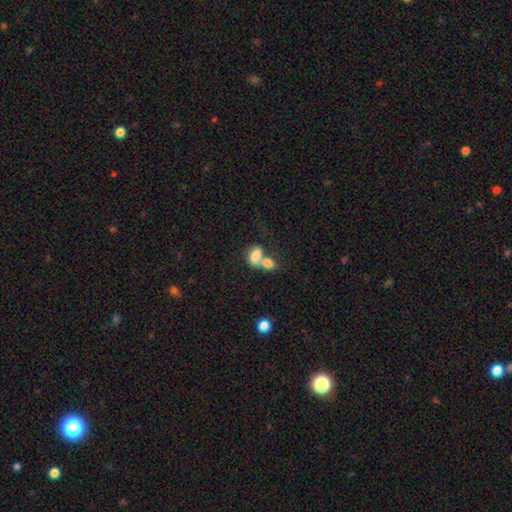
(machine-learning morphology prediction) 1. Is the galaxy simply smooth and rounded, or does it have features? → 77% smooth, 15% featured or disk, 9% star or artifact.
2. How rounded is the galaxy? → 77% in between, 22% round, 2% cigar-shaped.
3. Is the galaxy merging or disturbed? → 70% merger, 17% none, 7% minor disturbance, 6% major disturbance.